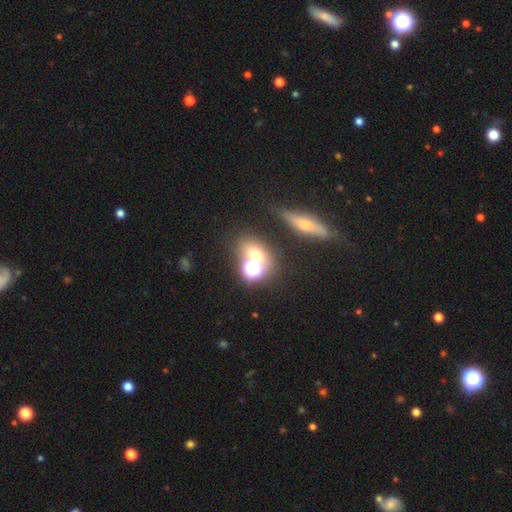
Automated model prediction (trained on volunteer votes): Smooth or featured?
  - smooth: 53% *
  - star or artifact: 31%
  - featured or disk: 16%
How rounded?
  - round: 54% *
  - in between: 41%
  - cigar-shaped: 5%
Merging?
  - none: 64% *
  - merger: 21%
  - minor disturbance: 10%
  - major disturbance: 5%